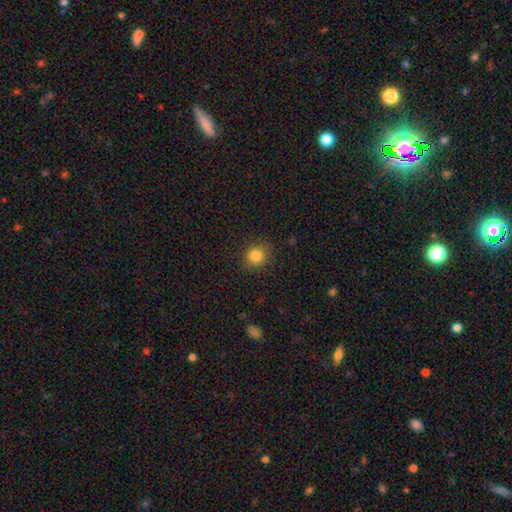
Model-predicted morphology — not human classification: Overall: smooth (84%). How rounded: round (85%). Merging: none (87%).